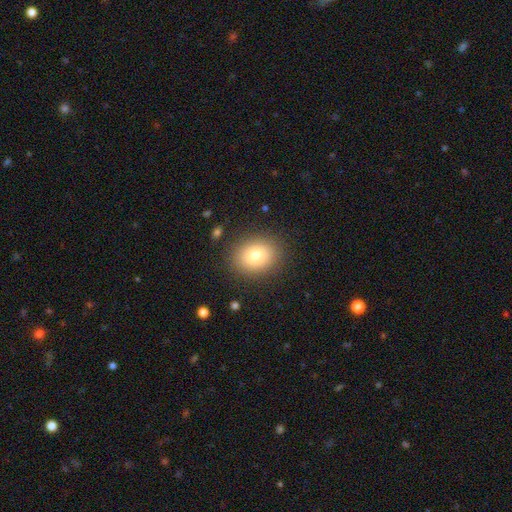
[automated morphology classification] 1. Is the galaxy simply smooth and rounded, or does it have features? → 79% smooth, 11% star or artifact, 11% featured or disk.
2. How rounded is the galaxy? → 53% round, 47% in between, 1% cigar-shaped.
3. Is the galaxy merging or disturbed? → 87% none, 9% minor disturbance, 3% major disturbance, 1% merger.